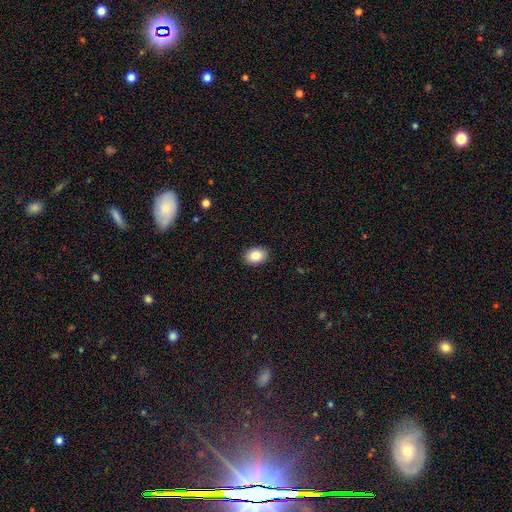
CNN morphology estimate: smooth 85%, star or artifact 8%, featured or disk 7%. Down the decision tree: how rounded — in between (73%); merging — none (90%).